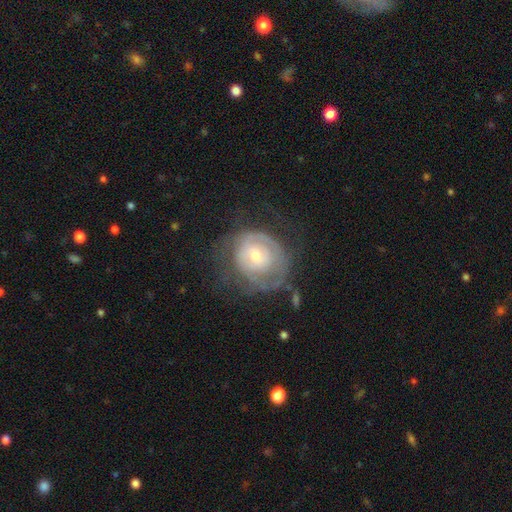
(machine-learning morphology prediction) Smooth or featured: featured or disk — 64% (smooth — 29%)
Edge-on disk: no — 96% (yes — 4%)
Bar: no — 73% (weak — 22%)
Spiral arms: yes — 61% (no — 39%)
Bulge size: small — 53% (moderate — 42%)
Merging: none — 46% (major disturbance — 28%)